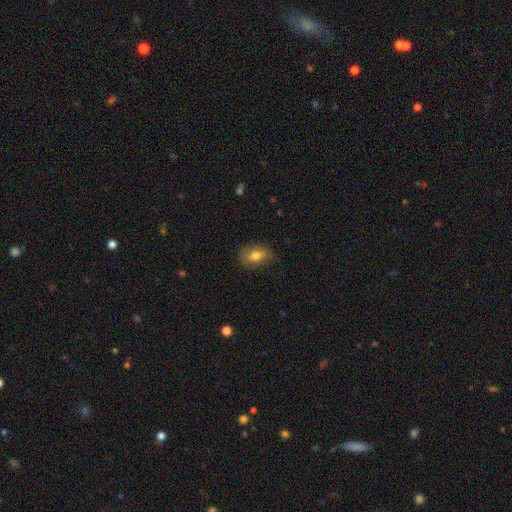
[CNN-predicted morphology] Smooth or featured: smooth — 73% (featured or disk — 19%)
How rounded: in between — 80% (round — 17%)
Merging: none — 79% (minor disturbance — 16%)